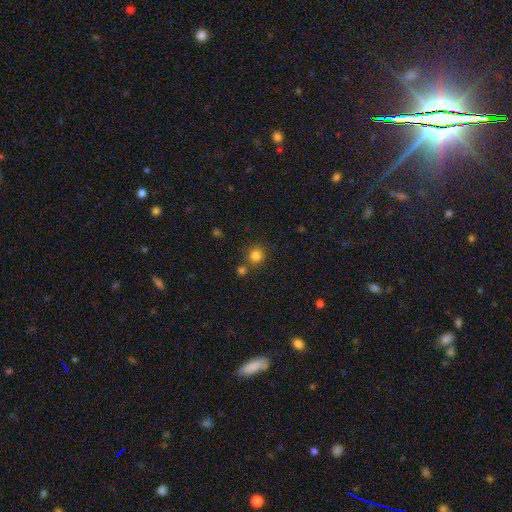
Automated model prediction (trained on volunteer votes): Q: Smooth or featured?
A: smooth (83%); runner-up: star or artifact (12%)
Q: How rounded?
A: round (91%); runner-up: in between (8%)
Q: Merging?
A: none (78%); runner-up: merger (11%)